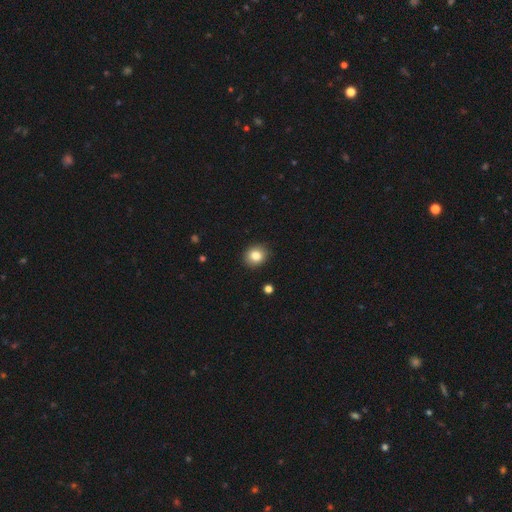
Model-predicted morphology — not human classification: A smooth galaxy with no disk features (83%) that is round (74%).

Vote fractions:
- Smooth or featured? smooth: 83% / star or artifact: 10% / featured or disk: 7%
- How rounded? round: 74% / in between: 25% / cigar-shaped: 1%
- Merging? none: 90% / minor disturbance: 7% / major disturbance: 2% / merger: 1%